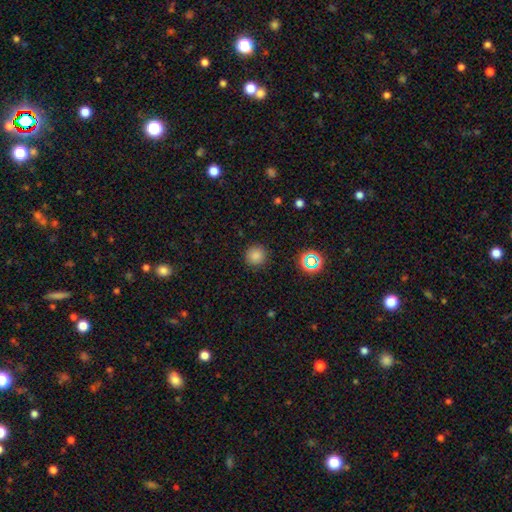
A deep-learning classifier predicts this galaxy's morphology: Q: Smooth or featured?
A: smooth (80%); runner-up: star or artifact (16%)
Q: How rounded?
A: round (95%); runner-up: in between (4%)
Q: Merging?
A: none (90%); runner-up: minor disturbance (6%)